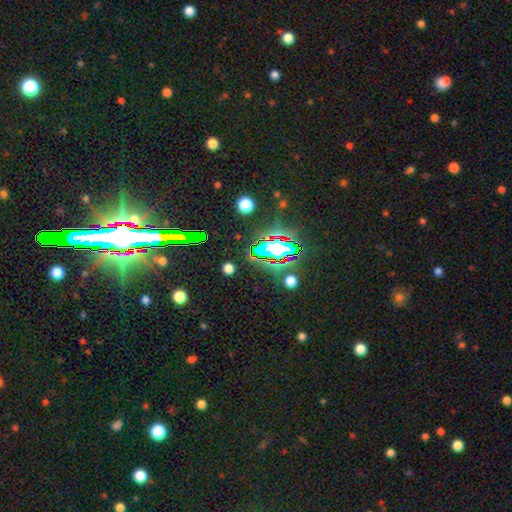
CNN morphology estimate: Smooth or featured? Predicted: star or artifact (p=0.72).